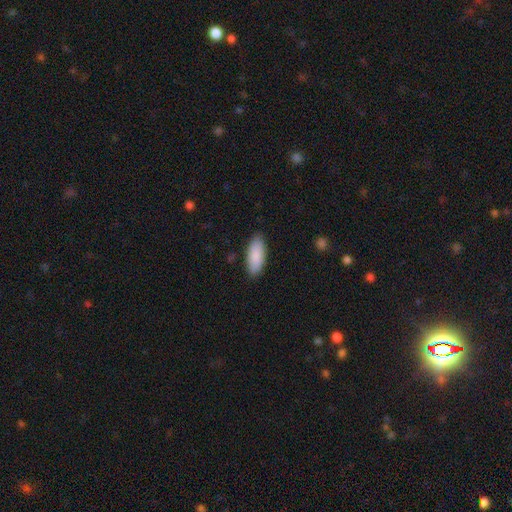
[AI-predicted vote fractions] Smooth or featured: smooth — 89% (featured or disk — 6%)
How rounded: in between — 83% (cigar-shaped — 15%)
Merging: none — 87% (minor disturbance — 10%)